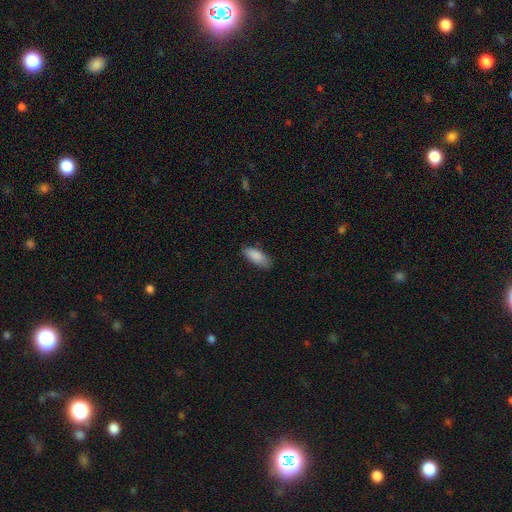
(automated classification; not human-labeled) The model was most divided on "how rounded": in between: 76%, cigar-shaped: 22%, round: 2%. More confident: smooth or featured — smooth (87%); merging — none (82%).